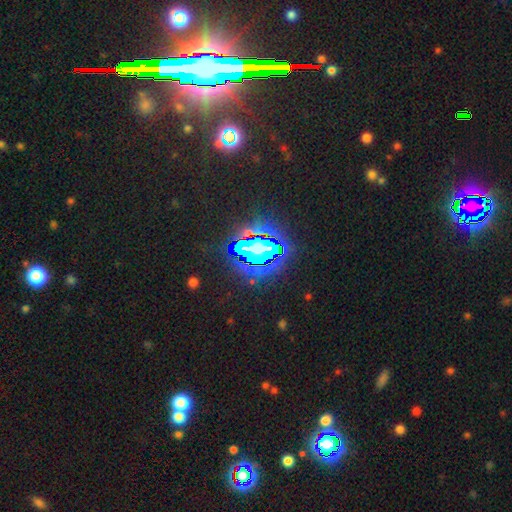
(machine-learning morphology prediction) Smooth or featured?
  - star or artifact: 83% *
  - smooth: 8%
  - featured or disk: 8%